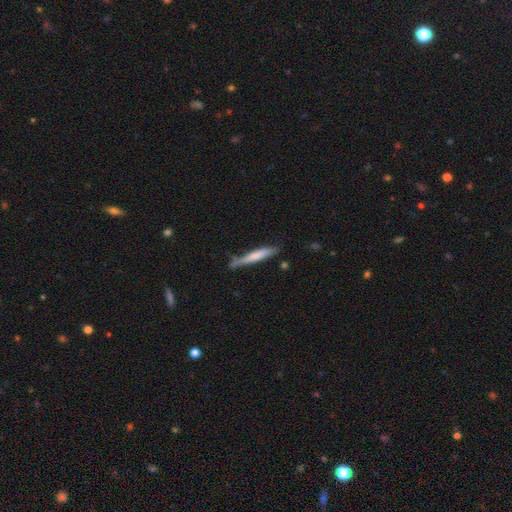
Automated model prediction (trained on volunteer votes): smooth 64%, featured or disk 30%, star or artifact 5%. Down the decision tree: how rounded — cigar-shaped (95%); merging — none (68%).